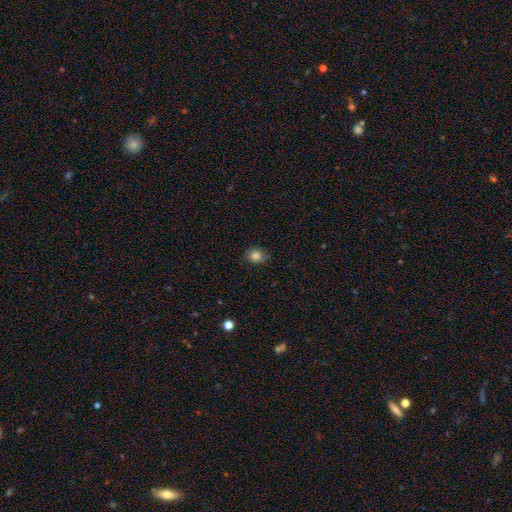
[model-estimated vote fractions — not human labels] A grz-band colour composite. It shows a smooth galaxy with no disk features (82%) that is round (57%). Merging: none (82%).